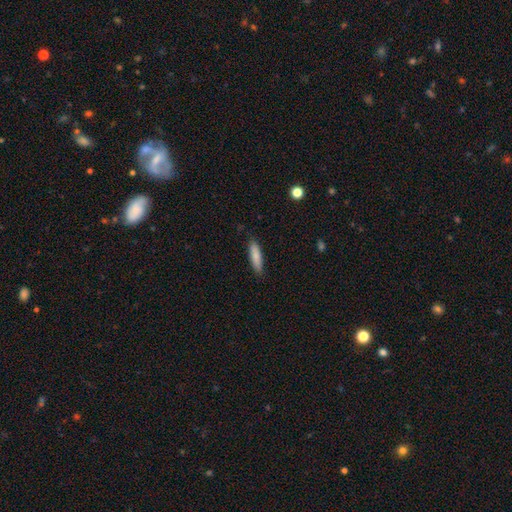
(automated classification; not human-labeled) This appears to be a smooth galaxy with no disk features (84%) that is cigar-shaped (70%). Merging: none (87%).